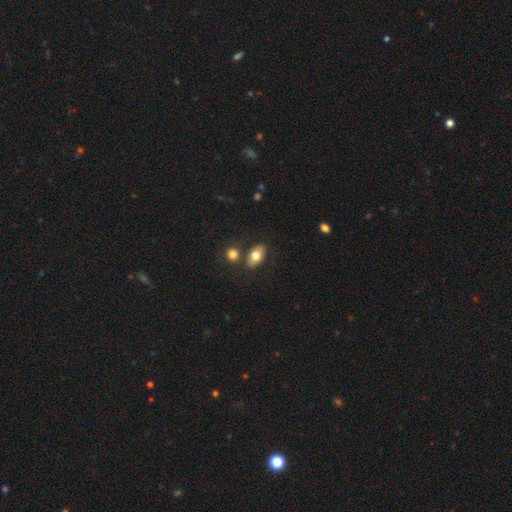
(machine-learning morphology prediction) smooth 78%, featured or disk 15%, star or artifact 8%. Down the decision tree: how rounded — in between (88%); merging — none (75%).